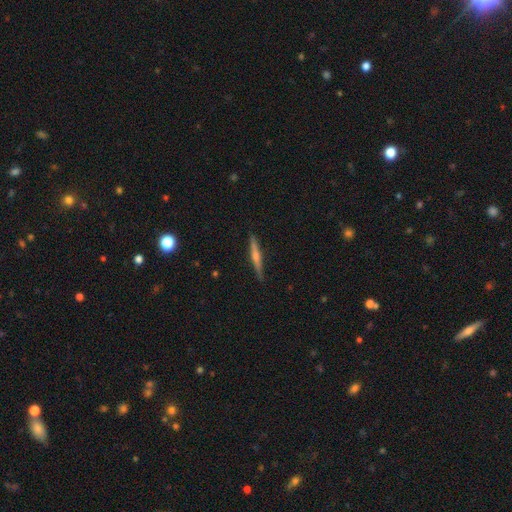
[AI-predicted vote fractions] Morphology: type=featured or disk (61%); edge-on=yes (97%); edge-on bulge=rounded (73%); merging=none (88%).